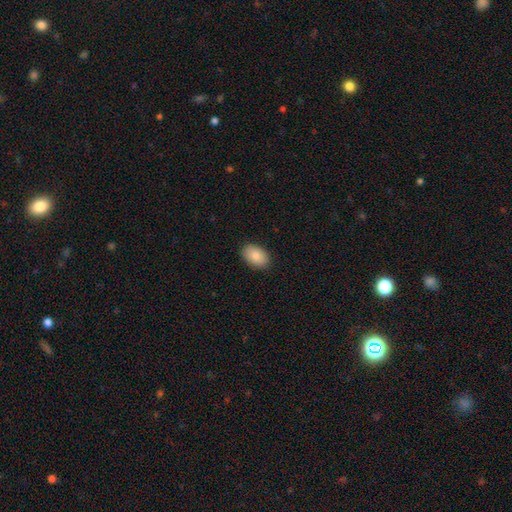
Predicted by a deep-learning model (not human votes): smooth 87%, star or artifact 7%, featured or disk 6%. Down the decision tree: how rounded — in between (90%); merging — none (89%).